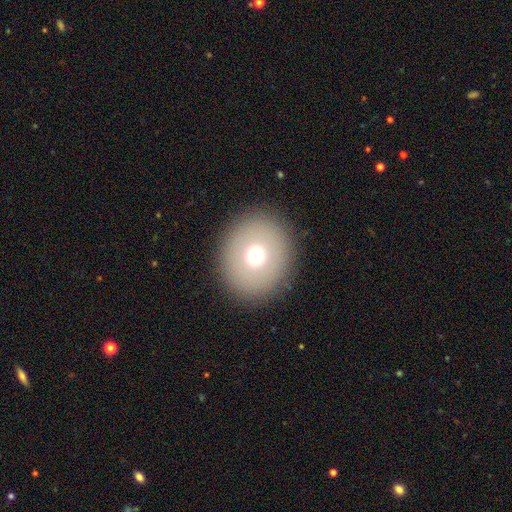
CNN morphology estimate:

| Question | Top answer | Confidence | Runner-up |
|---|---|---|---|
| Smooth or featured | smooth | 69% | featured or disk (19%) |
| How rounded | round | 77% | in between (22%) |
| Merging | none | 90% | minor disturbance (6%) |